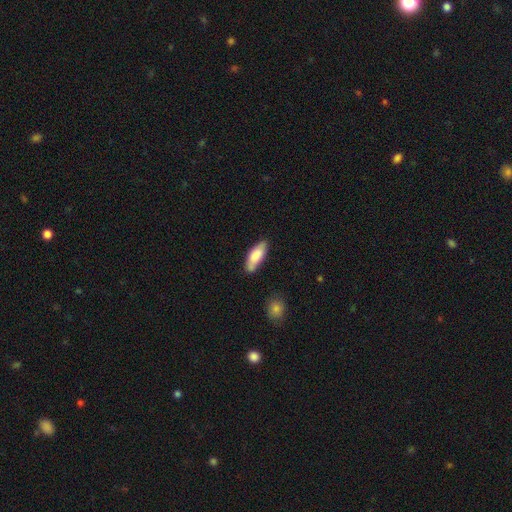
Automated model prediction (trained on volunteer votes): smooth_or_featured: smooth (p=0.79) [alt: featured or disk p=0.15]
how_rounded: in between (p=0.68) [alt: cigar-shaped p=0.30]
merging: none (p=0.73) [alt: minor disturbance p=0.19]